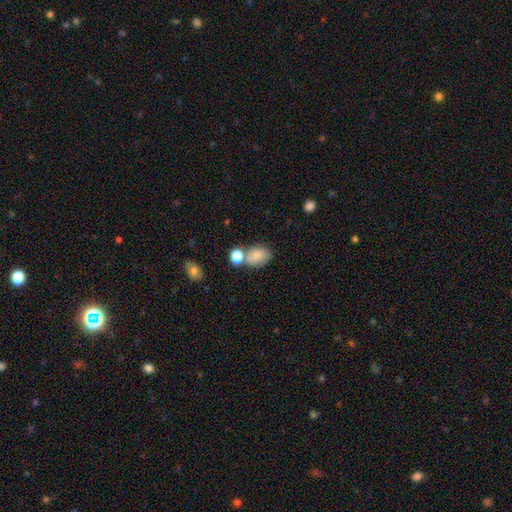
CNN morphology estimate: Q: Smooth or featured?
A: smooth (80%); runner-up: featured or disk (10%)
Q: How rounded?
A: in between (75%); runner-up: round (24%)
Q: Merging?
A: none (50%); runner-up: merger (26%)